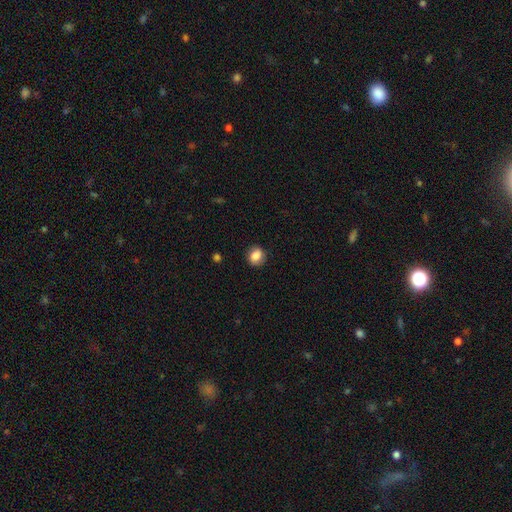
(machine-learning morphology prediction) Smooth or featured? Predicted: smooth (p=0.83). How rounded? Predicted: round (p=0.72). Merging? Predicted: none (p=0.86).